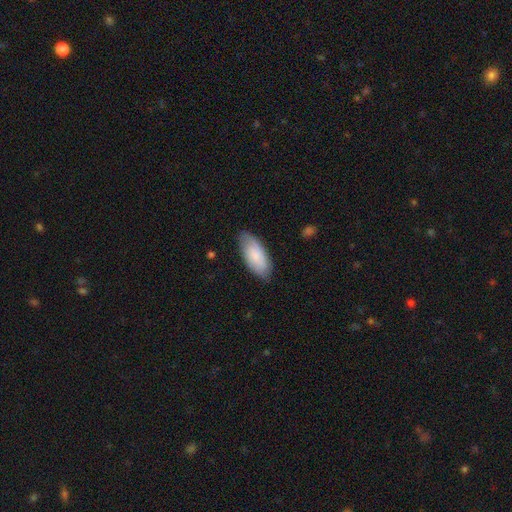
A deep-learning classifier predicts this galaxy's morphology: Smooth or featured? Predicted: smooth (p=0.78). How rounded? Predicted: in between (p=0.88). Merging? Predicted: none (p=0.79).